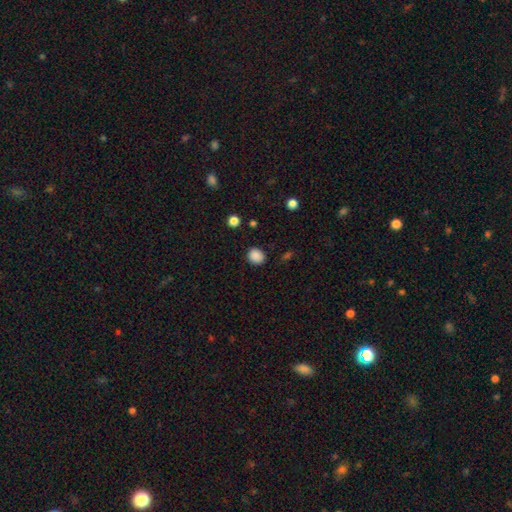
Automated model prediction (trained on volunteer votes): smooth 87%, star or artifact 10%, featured or disk 3%. Down the decision tree: how rounded — round (67%); merging — none (87%).